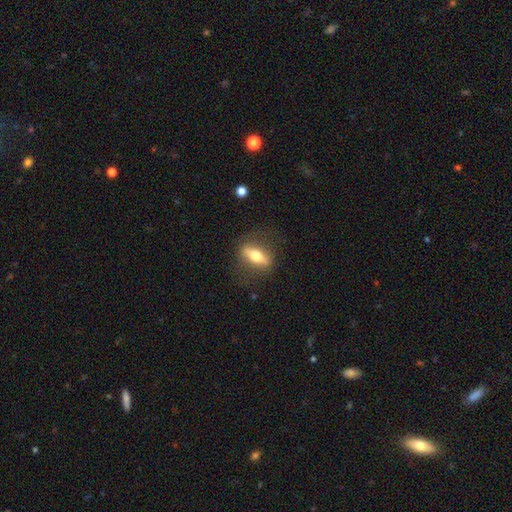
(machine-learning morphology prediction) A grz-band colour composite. It shows a smooth galaxy with no disk features (51%) that is in between round and cigar-shaped (58%). Merging: none (79%).